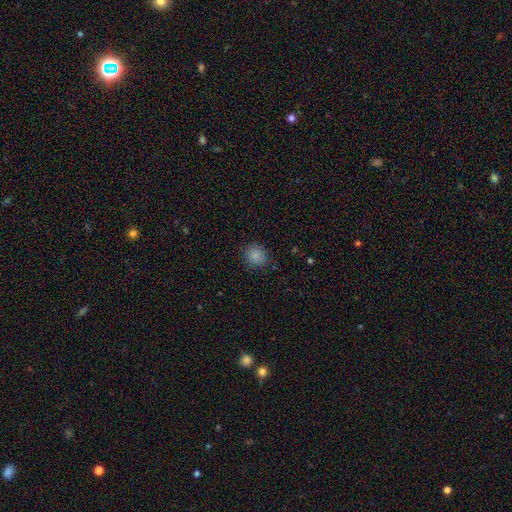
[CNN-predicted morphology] smooth_or_featured: smooth (p=0.85) [alt: star or artifact p=0.11]
how_rounded: round (p=0.79) [alt: in between p=0.20]
merging: none (p=0.85) [alt: minor disturbance p=0.11]